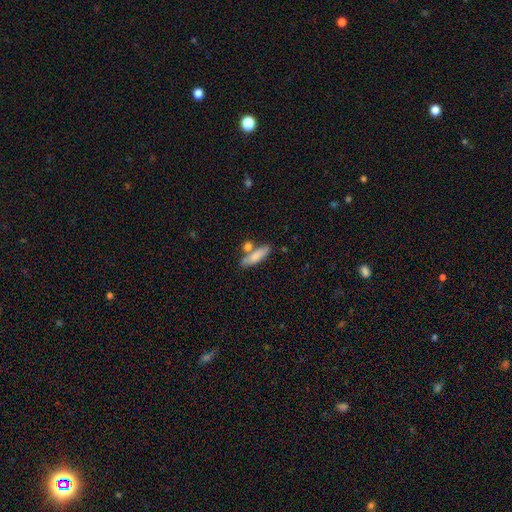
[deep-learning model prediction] Smooth or featured?
  - smooth: 75% *
  - featured or disk: 19%
  - star or artifact: 6%
How rounded?
  - cigar-shaped: 59% *
  - in between: 38%
  - round: 3%
Merging?
  - none: 63% *
  - merger: 20%
  - minor disturbance: 13%
  - major disturbance: 4%